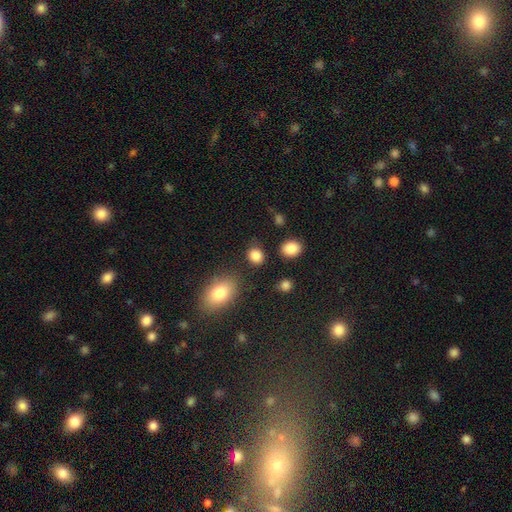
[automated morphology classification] The model was most divided on "how rounded": round: 57%, in between: 42%, cigar-shaped: 1%. More confident: smooth or featured — smooth (87%); merging — none (81%).